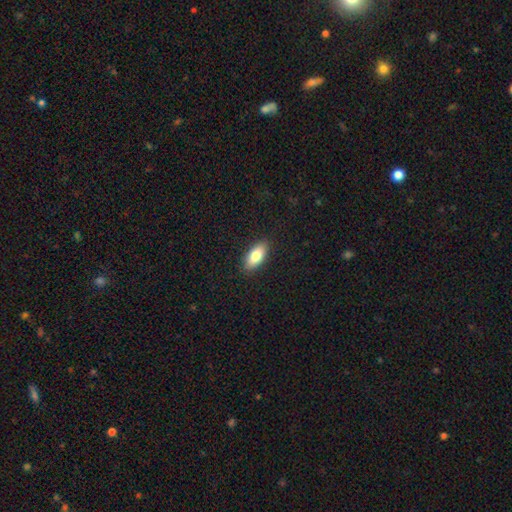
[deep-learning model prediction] smooth 80%, featured or disk 14%, star or artifact 7%. Down the decision tree: how rounded — in between (87%); merging — none (89%).